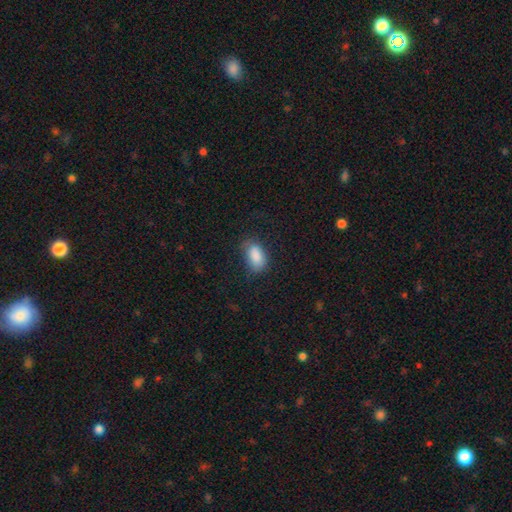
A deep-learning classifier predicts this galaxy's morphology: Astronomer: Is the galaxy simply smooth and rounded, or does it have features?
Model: smooth — 87%.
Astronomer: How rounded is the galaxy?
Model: in between — 92%.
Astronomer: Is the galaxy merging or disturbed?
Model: none — 68%.